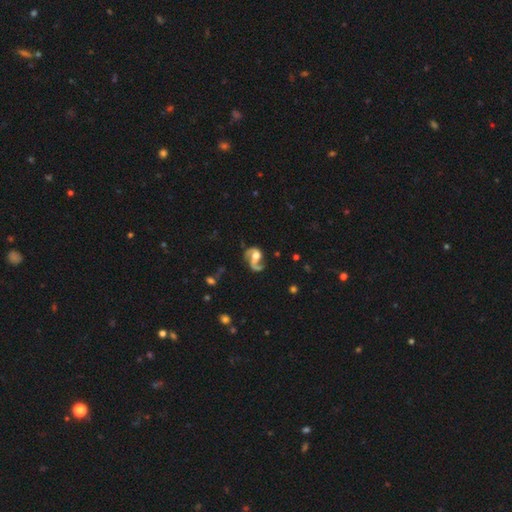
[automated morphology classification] Smooth or featured? Predicted: featured or disk (p=0.82). Edge-on disk? Predicted: no (p=0.98). Bar? Predicted: no (p=0.51). Spiral arms? Predicted: yes (p=0.93). Spiral winding? Predicted: loose (p=0.55). Spiral arm count? Predicted: 2 (p=0.78). Bulge size? Predicted: moderate (p=0.56). Merging? Predicted: none (p=0.48).